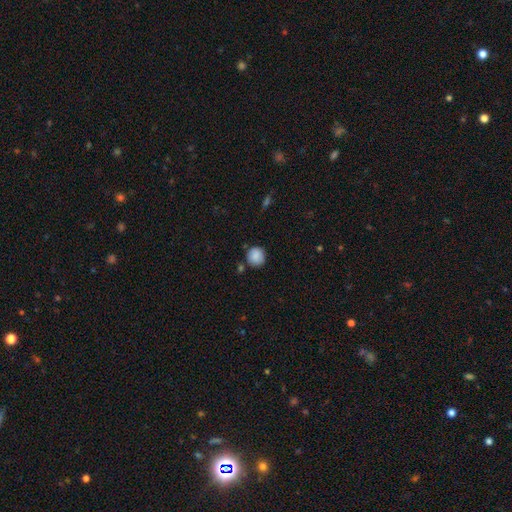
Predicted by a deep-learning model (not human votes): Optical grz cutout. It shows a smooth galaxy with no disk features (87%) that is round (91%). Merging: none (80%).